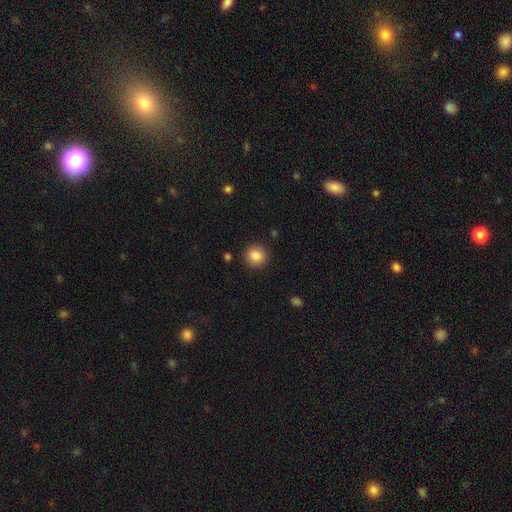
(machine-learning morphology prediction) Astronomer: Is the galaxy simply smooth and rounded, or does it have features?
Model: smooth — 86%.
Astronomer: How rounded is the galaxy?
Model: round — 91%.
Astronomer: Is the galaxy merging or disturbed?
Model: none — 91%.